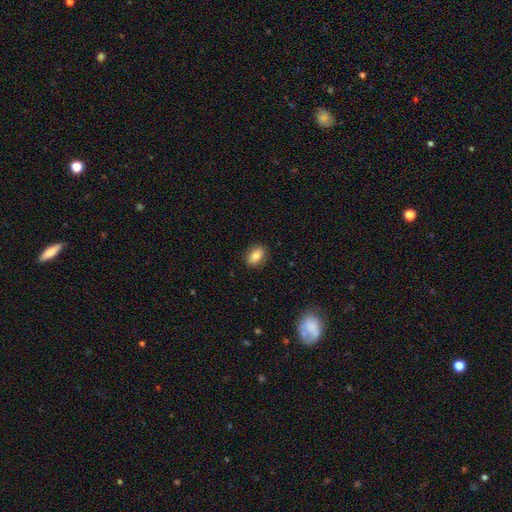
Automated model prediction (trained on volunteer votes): smooth-or-featured: smooth: 83% | featured or disk: 9% | star or artifact: 8%
  how-rounded: in between: 80% | round: 17% | cigar-shaped: 2%
  merging: none: 88% | minor disturbance: 9% | major disturbance: 2% | merger: 1%